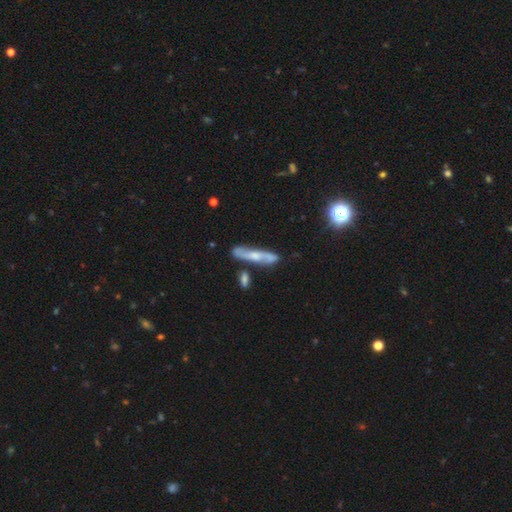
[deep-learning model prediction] Smooth or featured: featured or disk — 66% (smooth — 26%)
Edge-on disk: no — 51% (yes — 49%)
Merging: none — 71% (minor disturbance — 16%)